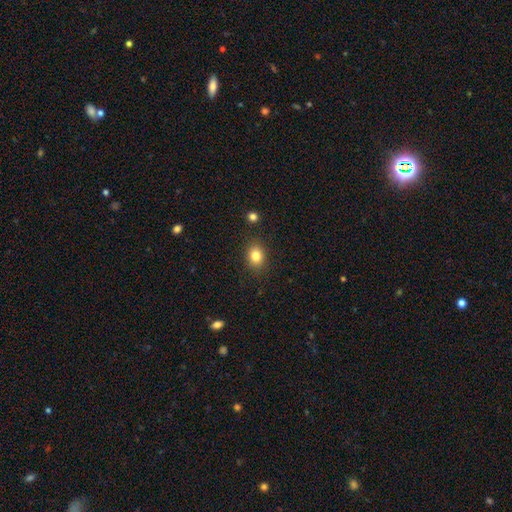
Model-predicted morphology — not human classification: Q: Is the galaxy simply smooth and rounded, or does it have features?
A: smooth — 82%.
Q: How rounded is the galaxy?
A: in between — 52%.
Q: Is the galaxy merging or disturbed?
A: none — 87%.